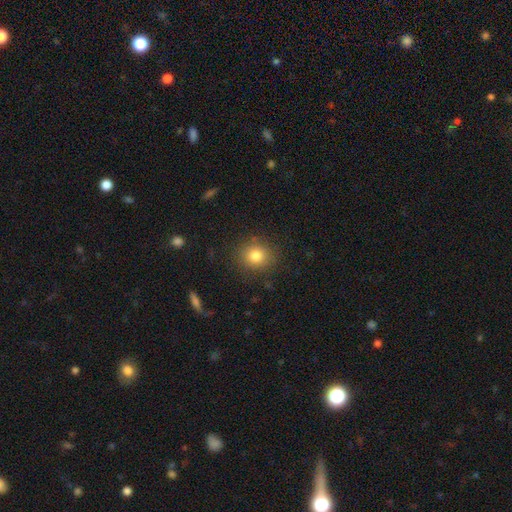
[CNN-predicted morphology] Overall: smooth (81%). How rounded: round (85%). Merging: none (86%).